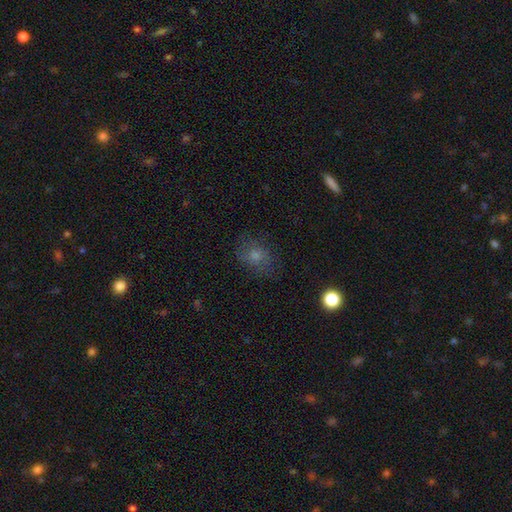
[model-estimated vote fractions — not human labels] Overall: smooth (63%). How rounded: round (49%, tied with in between). Merging: none (69%).